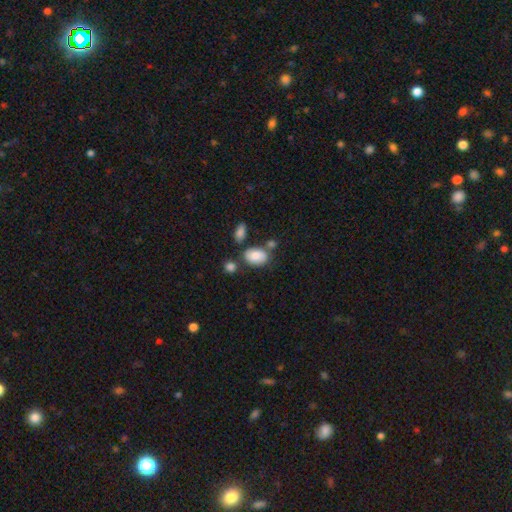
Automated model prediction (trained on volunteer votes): Q: Smooth or featured?
A: smooth (78%); runner-up: featured or disk (14%)
Q: How rounded?
A: in between (86%); runner-up: round (12%)
Q: Merging?
A: none (59%); runner-up: minor disturbance (20%)